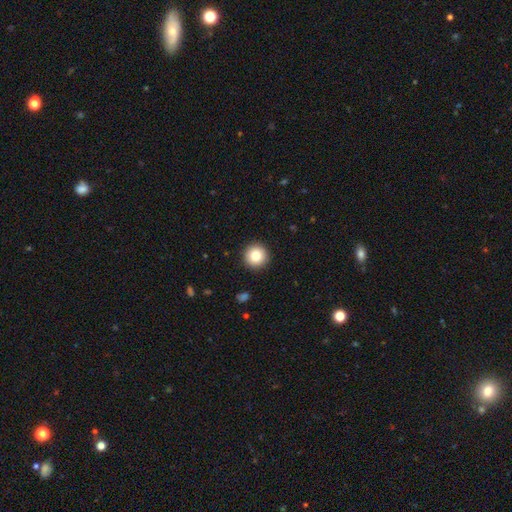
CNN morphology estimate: This is clearly a smooth galaxy (83%). How rounded: clearly round (96%). Merging: clearly none (92%).